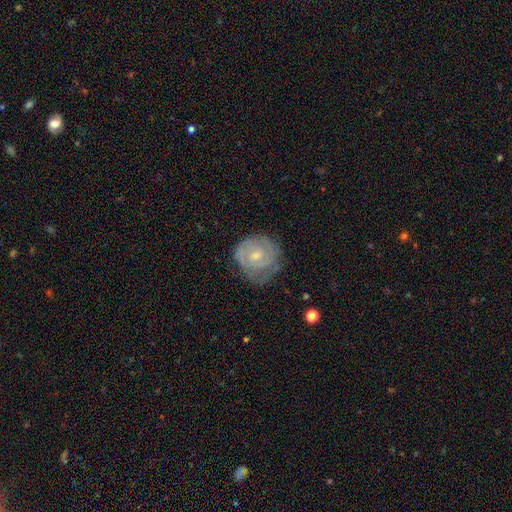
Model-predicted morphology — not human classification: Smooth or featured? featured or disk (78%)
Edge-on disk? no (98%)
Bar? no (62%)
Spiral arms? yes (93%)
Spiral winding? tight (71%)
Spiral arm count? 2 (53%)
Bulge size? small (64%)
Merging? none (67%)